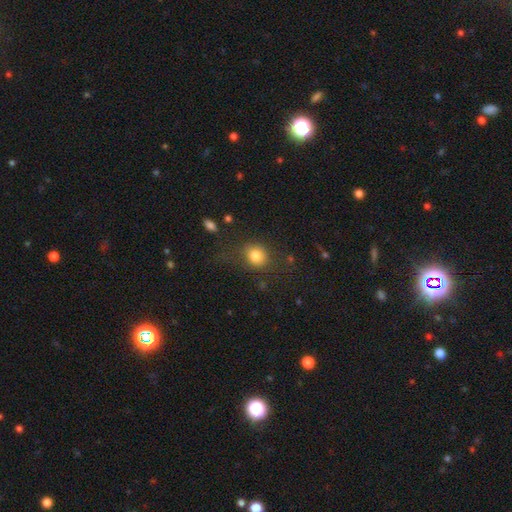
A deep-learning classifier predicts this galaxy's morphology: A smooth galaxy with no disk features (81%) that is round (72%). Merging: none (70%).